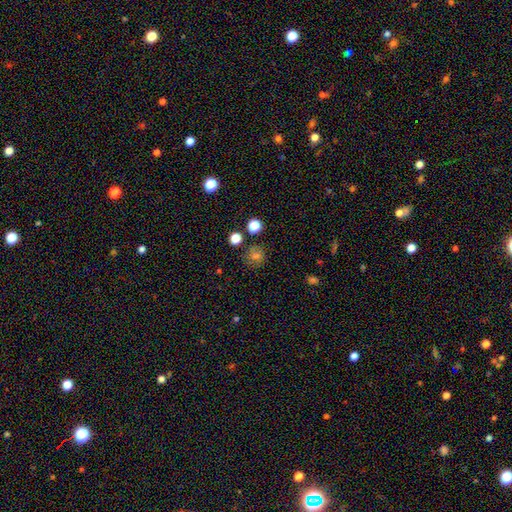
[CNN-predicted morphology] The model was most divided on "smooth or featured": smooth: 66%, star or artifact: 24%, featured or disk: 10%. More confident: how rounded — round (88%); merging — none (79%).